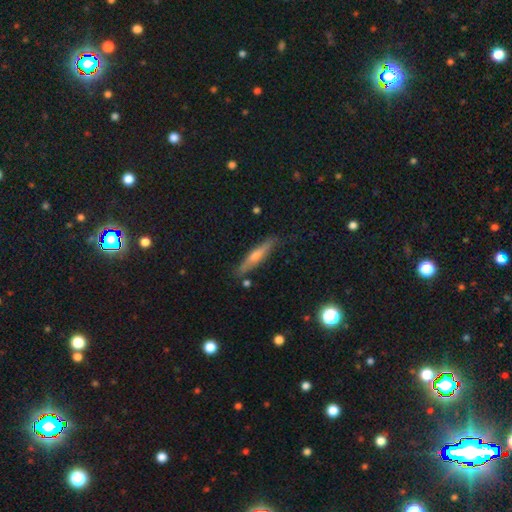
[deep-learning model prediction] A featured or disk galaxy (56%) viewed edge-on (94%) with a rounded central bulge (77%). Merging: none (83%).